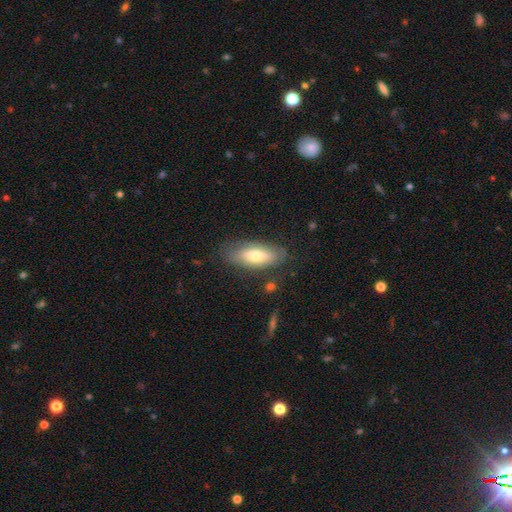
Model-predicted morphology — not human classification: Q: Smooth or featured?
A: smooth (64%); runner-up: featured or disk (30%)
Q: How rounded?
A: in between (74%); runner-up: cigar-shaped (24%)
Q: Merging?
A: none (78%); runner-up: minor disturbance (15%)